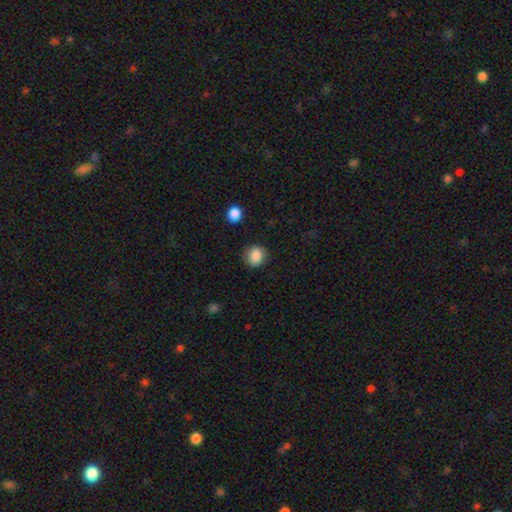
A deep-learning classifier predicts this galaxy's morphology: smooth_or_featured: smooth (p=0.87) [alt: star or artifact p=0.09]
how_rounded: round (p=0.84) [alt: in between p=0.16]
merging: none (p=0.86) [alt: minor disturbance p=0.10]